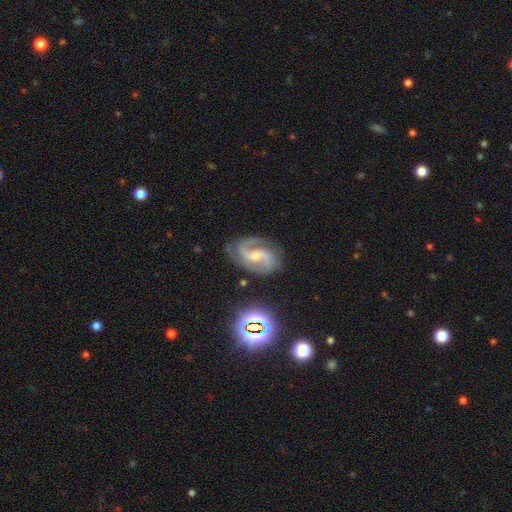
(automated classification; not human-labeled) Overall: featured or disk (89%). Edge-on disk: no (98%). Bar: weak (44%; no 36%). Spiral arms: yes (98%). Spiral arm count: 2 (88%). Spiral winding: medium (57%; loose 22%). Bulge size: small (57%; moderate 38%). Merging: none (77%).